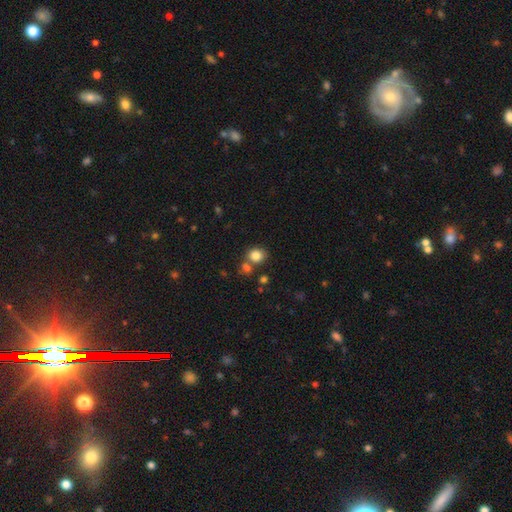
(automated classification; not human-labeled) Smooth or featured? smooth (82%)
How rounded? round (73%)
Merging? none (62%)